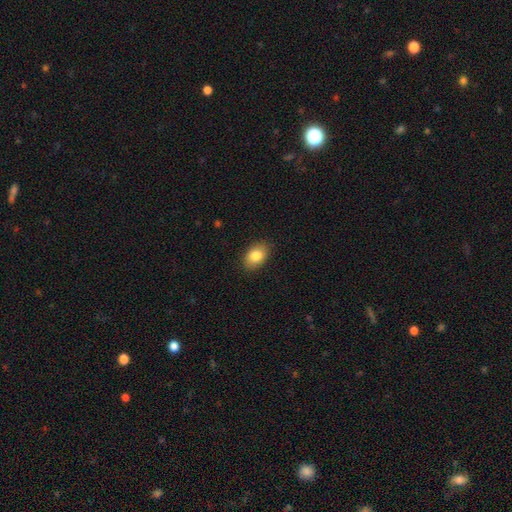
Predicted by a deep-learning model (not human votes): smooth 85%, featured or disk 8%, star or artifact 7%. Down the decision tree: how rounded — in between (84%); merging — none (87%).